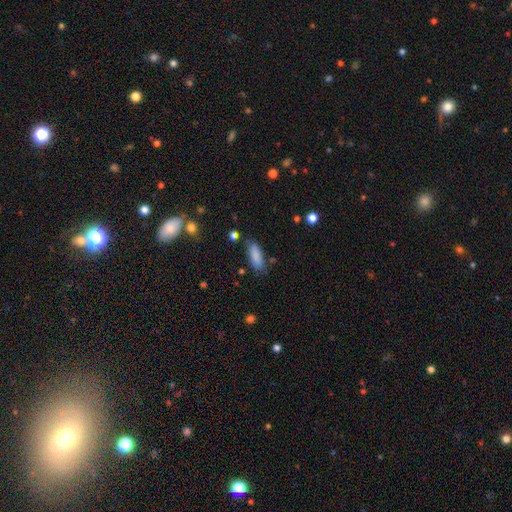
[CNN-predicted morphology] Smooth or featured? Predicted: smooth (p=0.86). How rounded? Predicted: in between (p=0.72). Merging? Predicted: none (p=0.77).